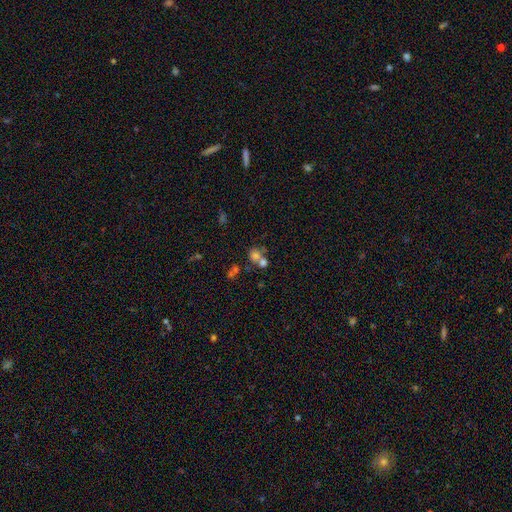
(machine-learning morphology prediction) This is likely a smooth galaxy (67%). How rounded: likely round (75%). Merging: possibly merger (50%).